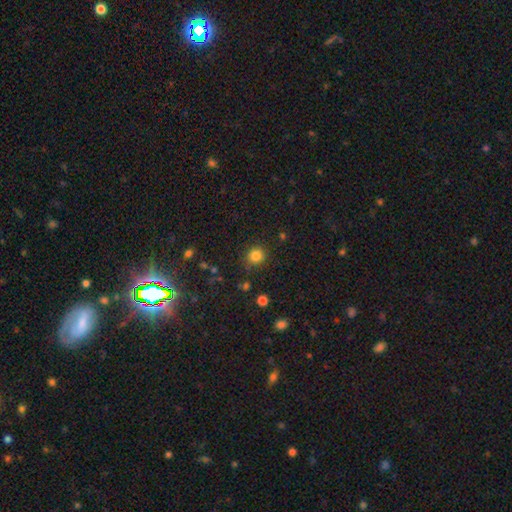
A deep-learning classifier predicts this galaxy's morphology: A smooth galaxy with no disk features (82%) that is round (88%). Merging: none (86%).